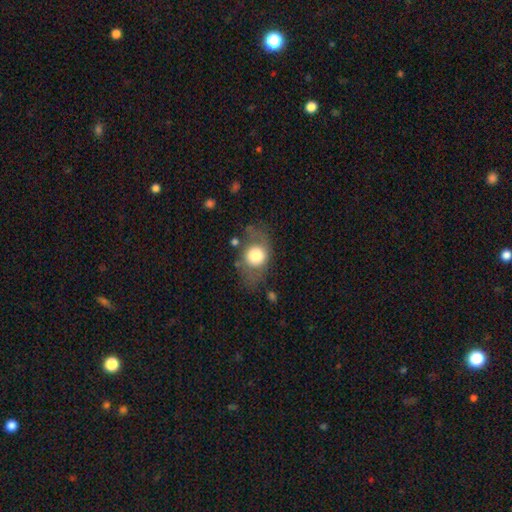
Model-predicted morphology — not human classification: type=smooth (68%); roundness=in between (55%); merging=none (63%).